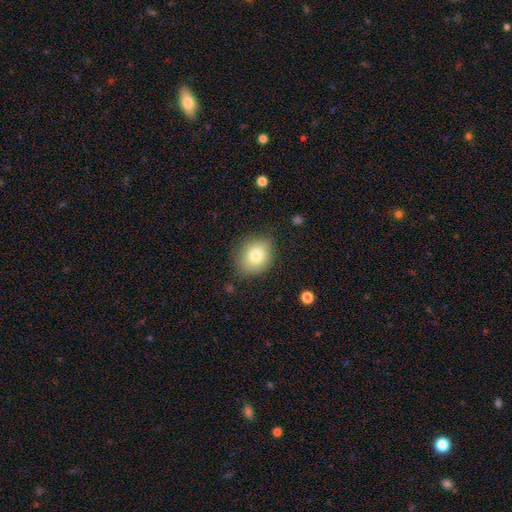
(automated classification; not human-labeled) This is likely a smooth galaxy (79%). How rounded: possibly round (52%). Merging: clearly none (81%).